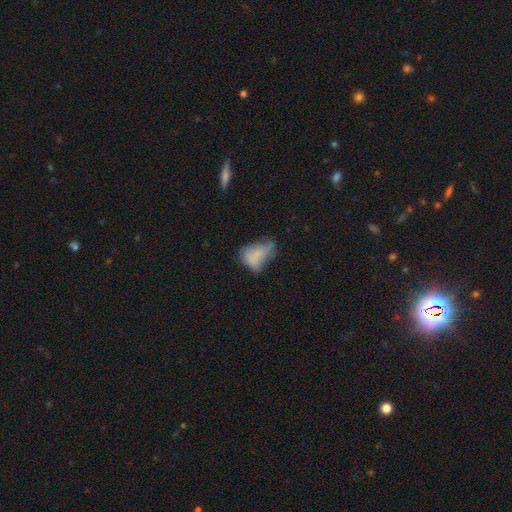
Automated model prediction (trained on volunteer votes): smooth_or_featured: smooth (p=0.67) [alt: featured or disk p=0.21]
how_rounded: in between (p=0.83) [alt: round p=0.15]
merging: minor disturbance (p=0.36) [alt: major disturbance p=0.31]